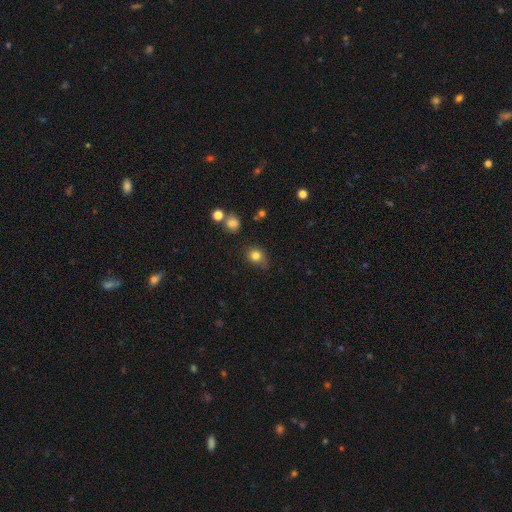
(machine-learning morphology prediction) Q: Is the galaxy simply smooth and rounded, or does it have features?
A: smooth — 81%.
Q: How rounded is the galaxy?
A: round — 73%.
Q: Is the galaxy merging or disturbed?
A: none — 70%.